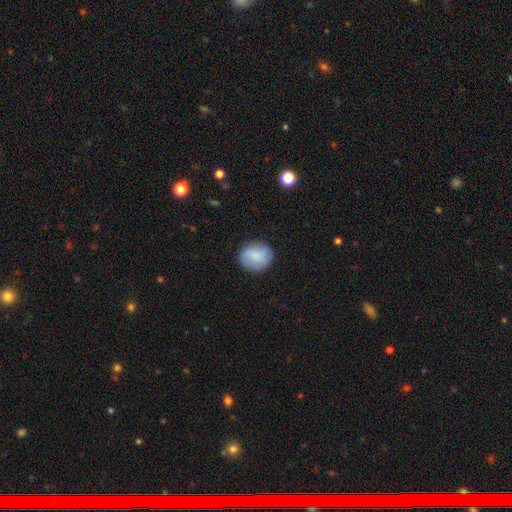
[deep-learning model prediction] Q: Smooth or featured?
A: smooth (81%); runner-up: featured or disk (11%)
Q: How rounded?
A: round (71%); runner-up: in between (28%)
Q: Merging?
A: none (82%); runner-up: minor disturbance (13%)